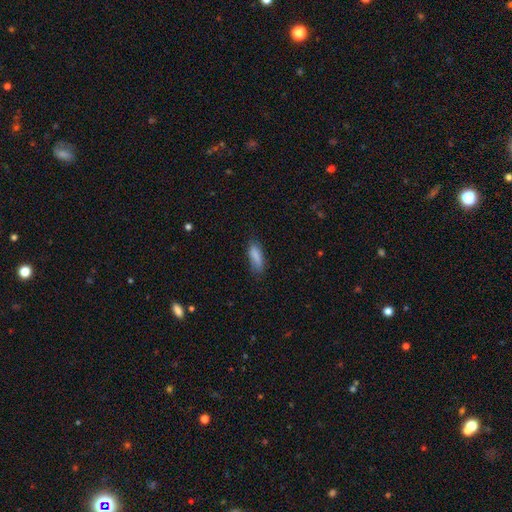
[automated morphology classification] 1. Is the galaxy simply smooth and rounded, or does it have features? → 85% smooth, 7% featured or disk, 7% star or artifact.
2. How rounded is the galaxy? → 57% in between, 41% cigar-shaped, 2% round.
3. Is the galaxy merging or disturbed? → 75% none, 20% minor disturbance, 4% major disturbance, 1% merger.